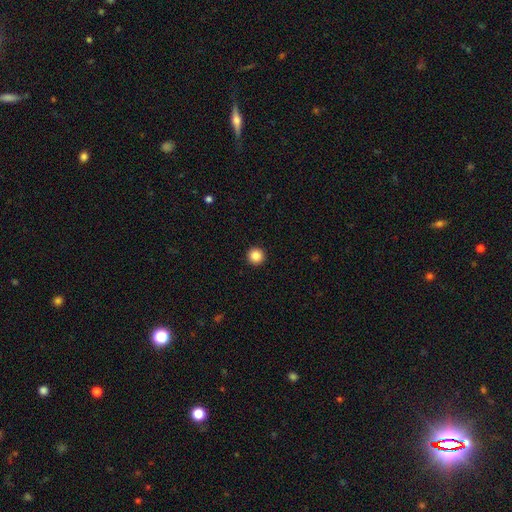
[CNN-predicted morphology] This is clearly a smooth galaxy (86%). How rounded: clearly round (96%). Merging: clearly none (94%).